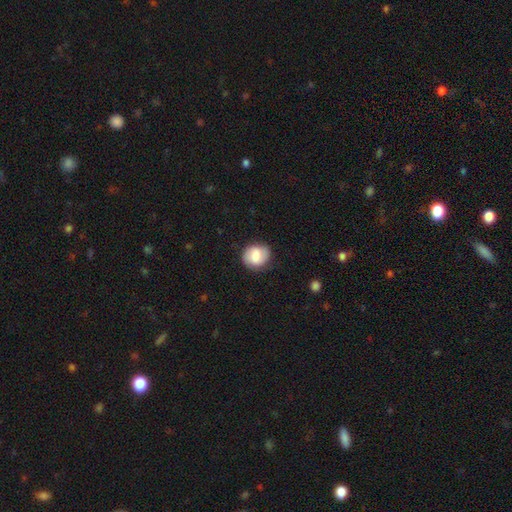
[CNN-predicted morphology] smooth_or_featured: smooth (p=0.68) [alt: featured or disk p=0.24]
how_rounded: round (p=0.72) [alt: in between p=0.27]
merging: none (p=0.79) [alt: minor disturbance p=0.16]